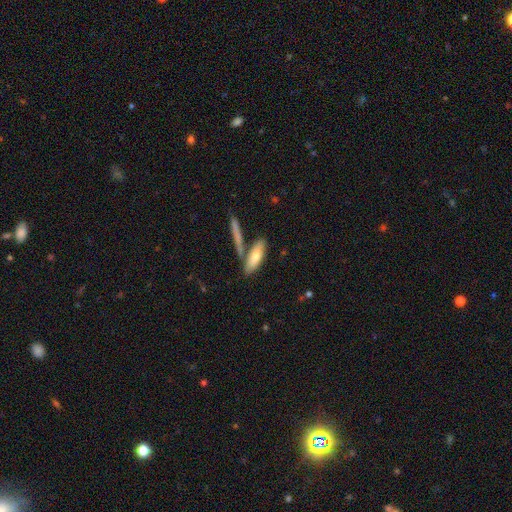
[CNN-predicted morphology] Smooth or featured? smooth (72%)
How rounded? in between (50%)
Merging? none (61%)